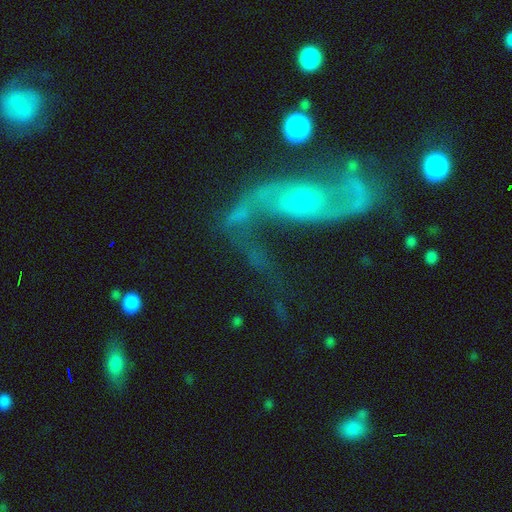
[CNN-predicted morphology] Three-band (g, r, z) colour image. It shows a featured or disk galaxy (85%) with no bar (62%), 2 (91%) loose (71%) spiral arms (92%) and a small central bulge (63%). Merging: none (50%).